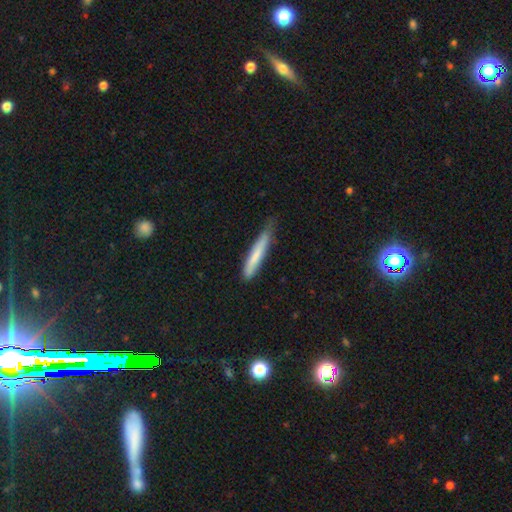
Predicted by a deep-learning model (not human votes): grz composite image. It shows a smooth galaxy with no disk features (73%) that is cigar-shaped (93%). Merging: none (59%).